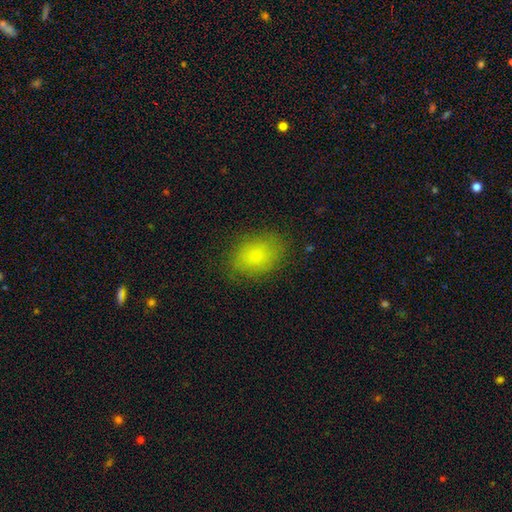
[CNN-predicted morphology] smooth 81%, star or artifact 10%, featured or disk 9%. Down the decision tree: how rounded — in between (74%); merging — none (82%).